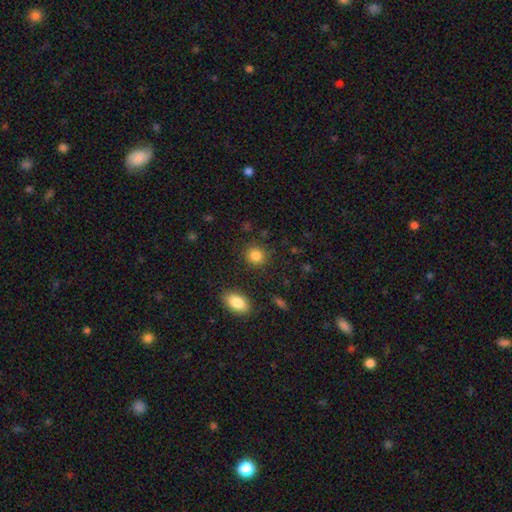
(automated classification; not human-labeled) Smooth or featured?
  - smooth: 85% *
  - star or artifact: 10%
  - featured or disk: 5%
How rounded?
  - round: 84% *
  - in between: 15%
  - cigar-shaped: 1%
Merging?
  - none: 87% *
  - minor disturbance: 8%
  - major disturbance: 3%
  - merger: 3%